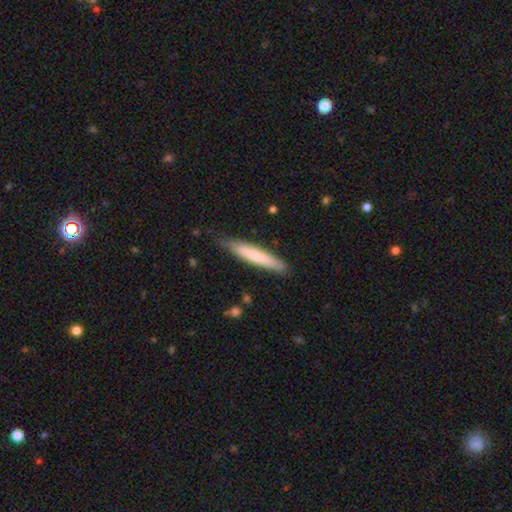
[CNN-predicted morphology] smooth-or-featured: smooth: 69% | featured or disk: 26% | star or artifact: 5%
  how-rounded: cigar-shaped: 91% | in between: 8% | round: 1%
  merging: none: 81% | minor disturbance: 15% | major disturbance: 2% | merger: 1%